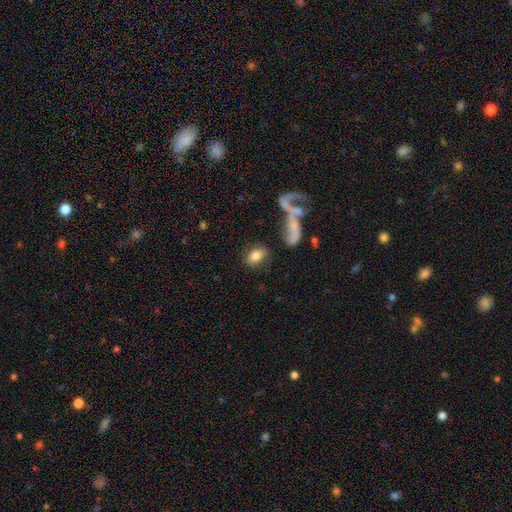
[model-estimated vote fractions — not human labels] smooth_or_featured: smooth (p=0.79) [alt: featured or disk p=0.13]
how_rounded: in between (p=0.83) [alt: round p=0.13]
merging: none (p=0.73) [alt: minor disturbance p=0.11]